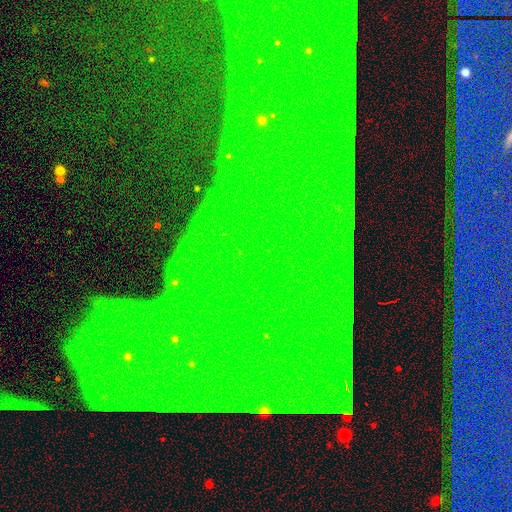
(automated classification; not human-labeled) Smooth or featured? star or artifact (87%)